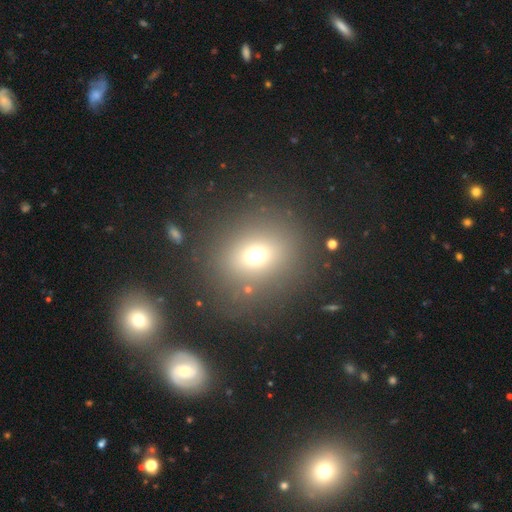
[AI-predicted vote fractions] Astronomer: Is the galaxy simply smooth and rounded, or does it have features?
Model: smooth — 67%.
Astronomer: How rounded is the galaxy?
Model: round — 77%.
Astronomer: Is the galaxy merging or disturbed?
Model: none — 81%.